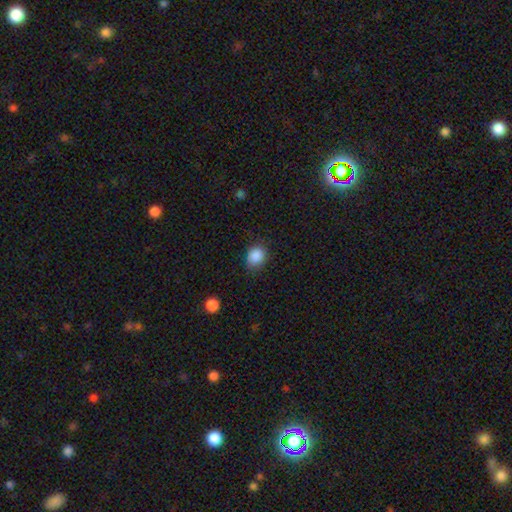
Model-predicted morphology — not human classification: type=smooth (88%); roundness=round (63%); merging=none (79%).